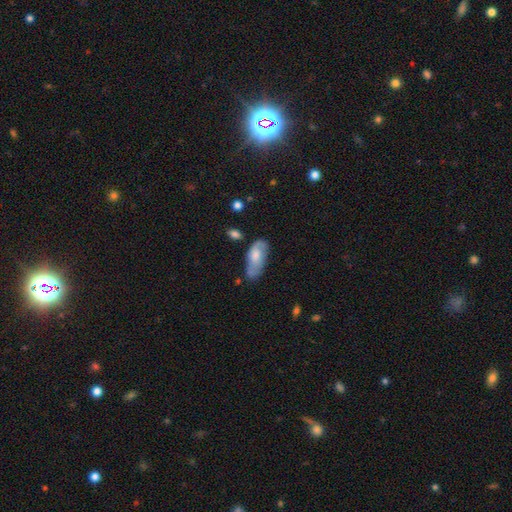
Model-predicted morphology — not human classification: Smooth or featured: smooth — 61% (featured or disk — 33%)
How rounded: in between — 88% (cigar-shaped — 10%)
Merging: none — 49% (minor disturbance — 33%)